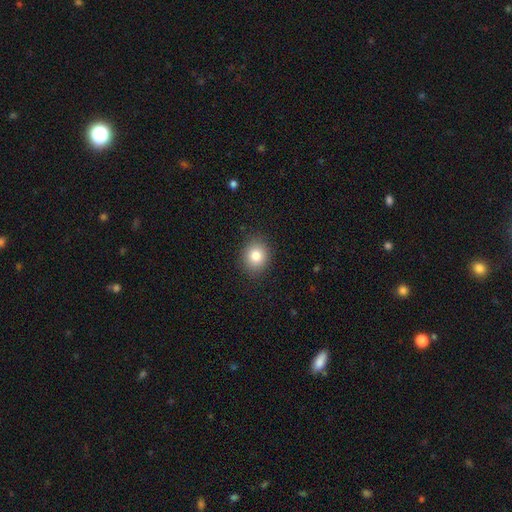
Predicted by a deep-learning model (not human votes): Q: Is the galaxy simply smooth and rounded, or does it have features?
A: smooth — 82%.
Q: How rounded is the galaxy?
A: round — 70%.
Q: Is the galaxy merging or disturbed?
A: none — 88%.